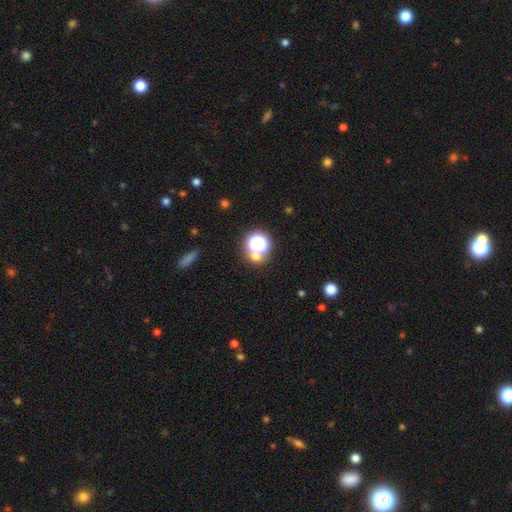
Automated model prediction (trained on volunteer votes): Morphology: type=smooth (49%); merging=none (63%).